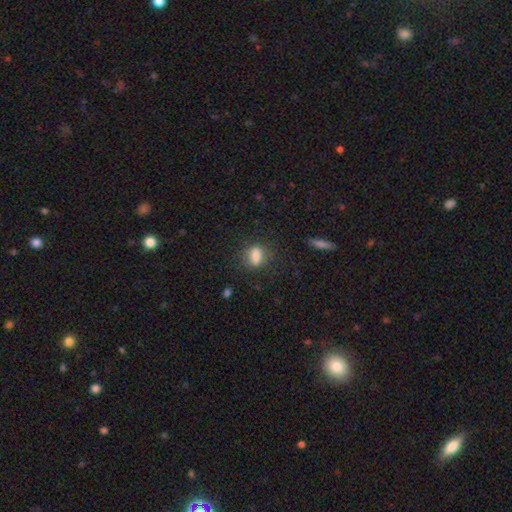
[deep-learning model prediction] This is likely a smooth galaxy (78%). How rounded: likely in between (68%). Merging: likely none (75%).